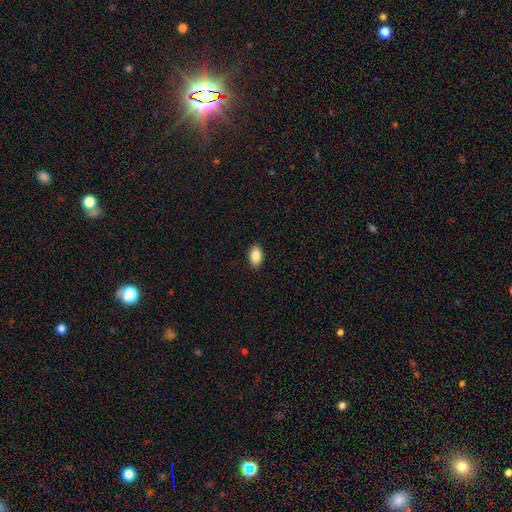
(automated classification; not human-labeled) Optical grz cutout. It shows a smooth galaxy with no disk features (86%) that is in between round and cigar-shaped (91%). Merging: none (91%).